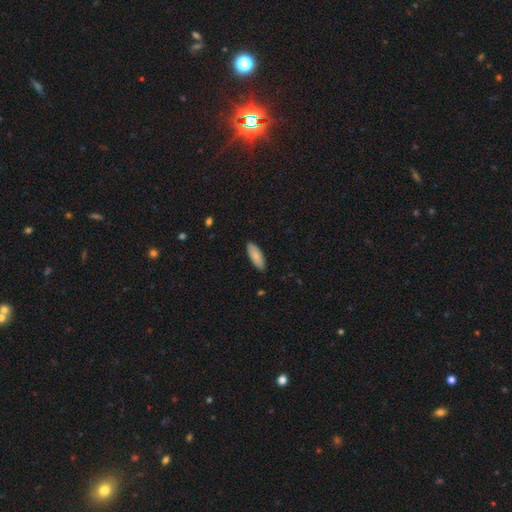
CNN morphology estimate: This is clearly a smooth galaxy (85%). How rounded: likely in between (71%). Merging: clearly none (88%).